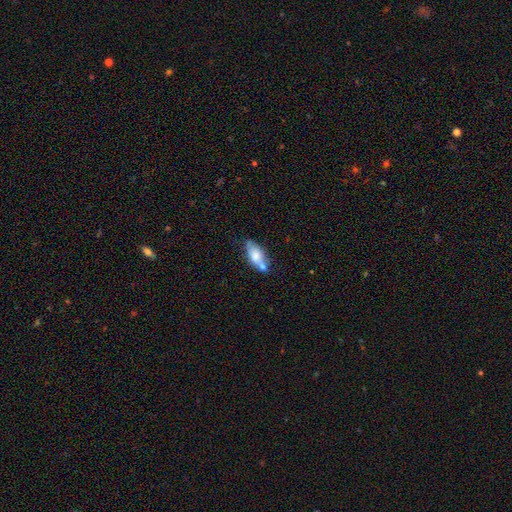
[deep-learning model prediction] Smooth or featured: smooth — 65% (featured or disk — 28%)
How rounded: in between — 76% (cigar-shaped — 21%)
Merging: none — 48% (merger — 23%)